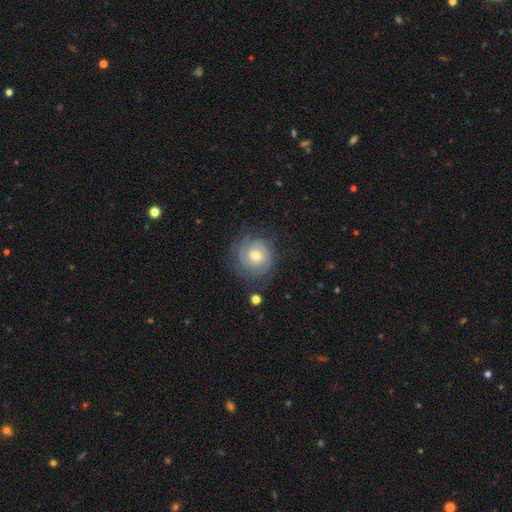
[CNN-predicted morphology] This is likely a featured or disk galaxy (64%). It is clearly not viewed edge-on (97%). Bar: likely no (61%). Spiral arm pattern: clearly yes (85%). Spiral arm count: possibly can't tell (47%). Spiral winding: likely tight (72%). Central bulge: likely moderate (62%). Merging: likely none (75%).